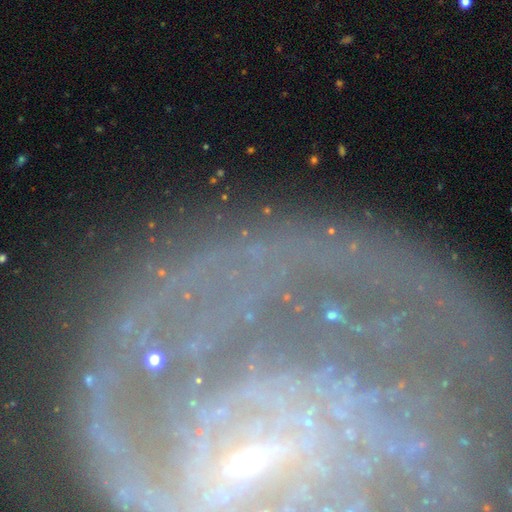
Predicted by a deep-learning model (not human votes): smooth-or-featured: featured or disk: 73% | star or artifact: 15% | smooth: 12%
  disk-edge-on: no: 91% | yes: 9%
    bar: strong: 37% | weak: 33% | no: 31%
    has-spiral-arms: yes: 82% | no: 18%
      spiral-winding: tight: 56% | medium: 29% | loose: 14%
      spiral-arm-count: can't tell: 30% | 2: 28% | 3: 13% | 4: 10% | 1: 10% | more than 4: 10%
    bulge-size: small: 60% | moderate: 27% | none: 6% | large: 5% | dominant: 3%
  merging: none: 66% | minor disturbance: 15% | major disturbance: 14% | merger: 4%